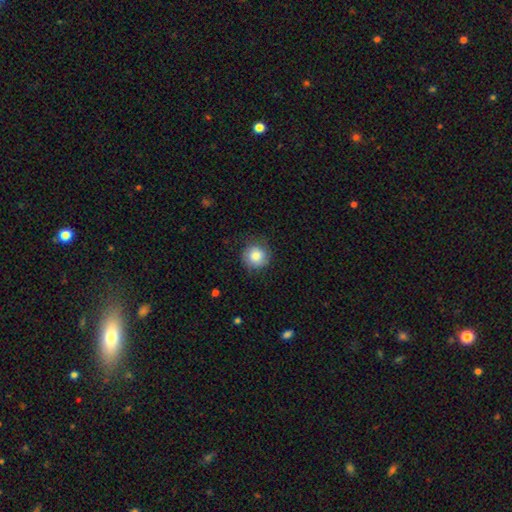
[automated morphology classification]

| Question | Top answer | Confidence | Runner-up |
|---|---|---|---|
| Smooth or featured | smooth | 82% | featured or disk (10%) |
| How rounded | round | 92% | in between (8%) |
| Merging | none | 78% | minor disturbance (16%) |